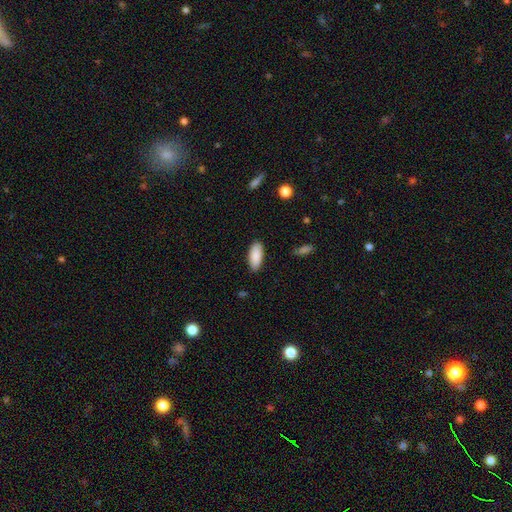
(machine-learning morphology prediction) type=smooth (89%); roundness=in between (86%); merging=none (86%).